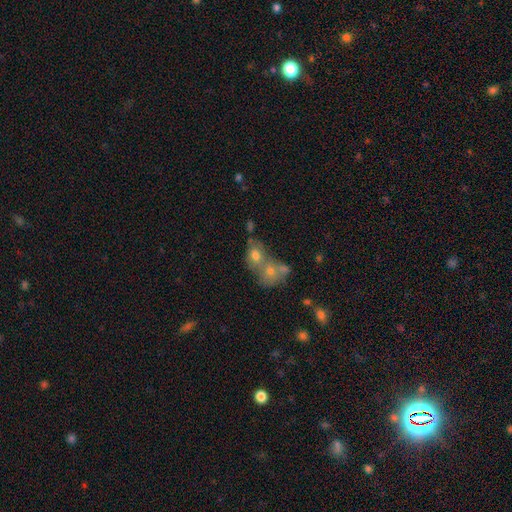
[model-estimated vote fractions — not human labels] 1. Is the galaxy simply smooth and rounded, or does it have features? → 55% smooth, 25% featured or disk, 19% star or artifact.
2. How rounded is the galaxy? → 58% round, 39% in between, 2% cigar-shaped.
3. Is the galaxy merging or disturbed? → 61% merger, 28% none, 7% minor disturbance, 5% major disturbance.